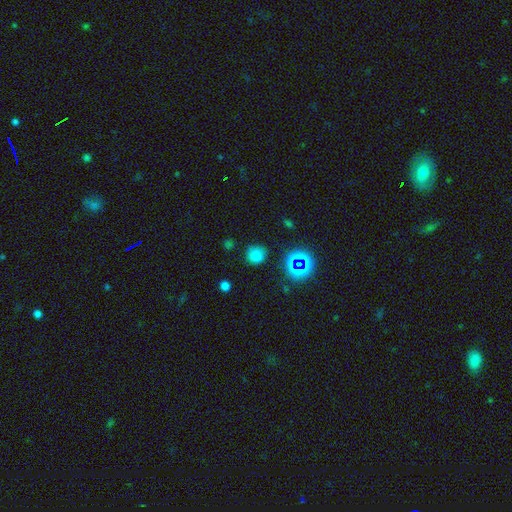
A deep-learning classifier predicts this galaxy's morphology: Smooth or featured?
  - smooth: 72% *
  - star or artifact: 23%
  - featured or disk: 5%
How rounded?
  - round: 85% *
  - in between: 13%
  - cigar-shaped: 1%
Merging?
  - none: 80% *
  - minor disturbance: 13%
  - major disturbance: 5%
  - merger: 3%